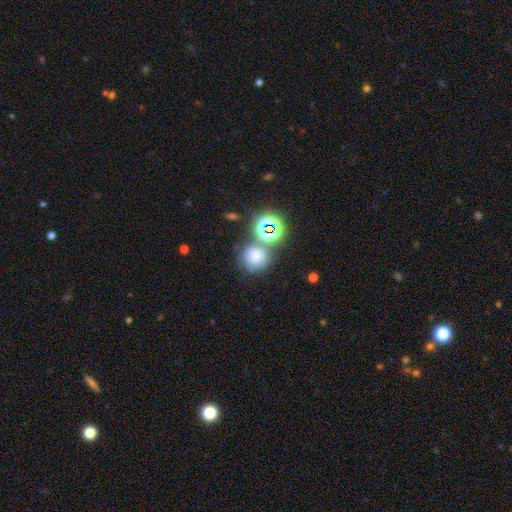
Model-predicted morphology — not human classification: A smooth galaxy with no disk features (59%) that is round (83%).

Vote fractions:
- Smooth or featured? smooth: 59% / star or artifact: 26% / featured or disk: 14%
- How rounded? round: 83% / in between: 16% / cigar-shaped: 1%
- Merging? none: 52% / merger: 25% / minor disturbance: 15% / major disturbance: 8%